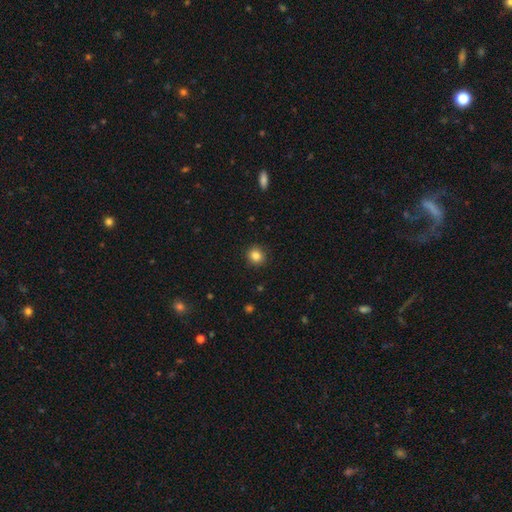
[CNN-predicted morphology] This is clearly a smooth galaxy (84%). How rounded: clearly round (91%). Merging: clearly none (91%).